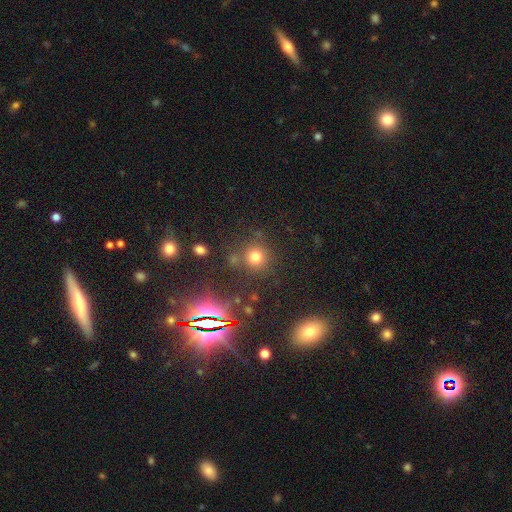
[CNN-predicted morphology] This appears to be a smooth galaxy with no disk features (66%) that is round (91%). Merging: none (79%).